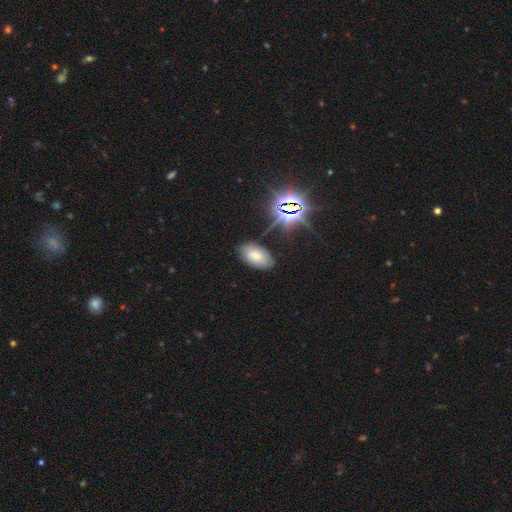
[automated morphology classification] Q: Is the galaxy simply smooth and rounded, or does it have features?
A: smooth — 63%.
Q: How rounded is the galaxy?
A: in between — 93%.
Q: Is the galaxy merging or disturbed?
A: none — 78%.